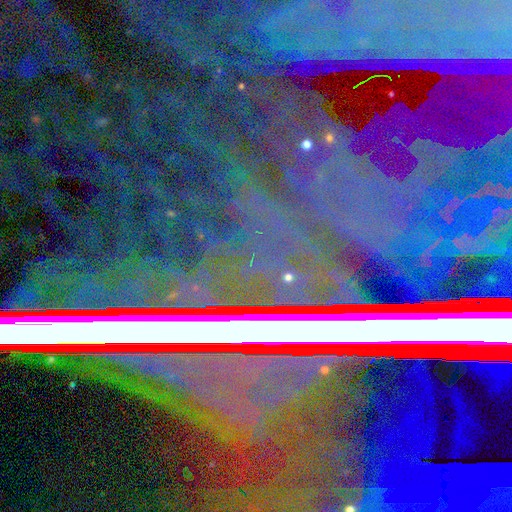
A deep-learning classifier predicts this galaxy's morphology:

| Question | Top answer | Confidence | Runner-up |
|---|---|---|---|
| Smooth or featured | star or artifact | 75% | featured or disk (17%) |